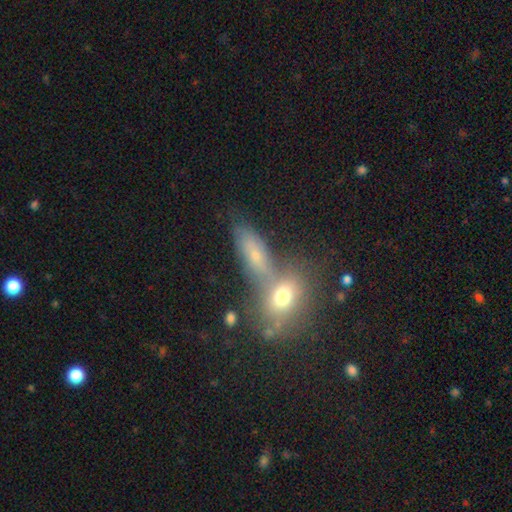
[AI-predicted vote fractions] The model was most divided on "merging": none: 49%, merger: 32%, minor disturbance: 13%, major disturbance: 6%. More confident: how rounded — in between (56%); smooth or featured — smooth (52%).